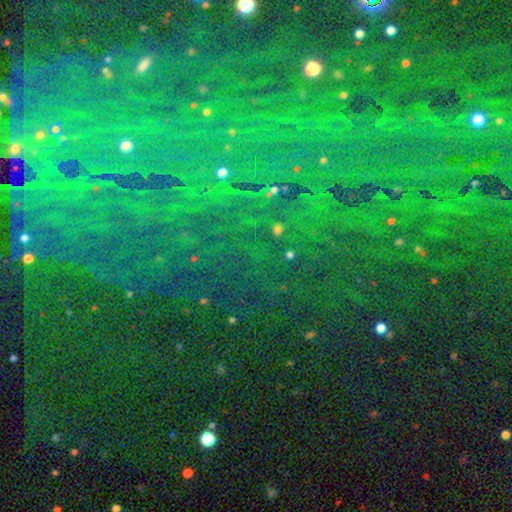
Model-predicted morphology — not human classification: Q: Smooth or featured?
A: star or artifact (81%); runner-up: smooth (10%)